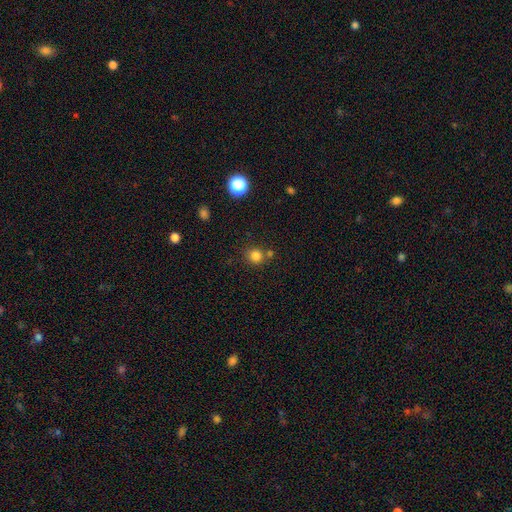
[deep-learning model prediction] Smooth or featured? Predicted: smooth (p=0.82). How rounded? Predicted: round (p=0.87). Merging? Predicted: none (p=0.70).